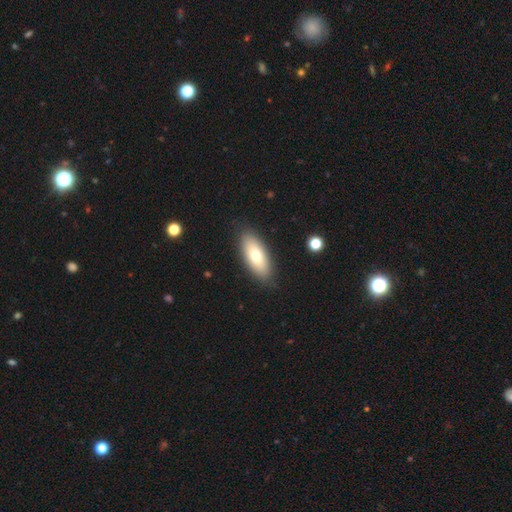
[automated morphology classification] Q: Smooth or featured?
A: smooth (72%); runner-up: featured or disk (22%)
Q: How rounded?
A: in between (82%); runner-up: cigar-shaped (16%)
Q: Merging?
A: none (87%); runner-up: minor disturbance (9%)